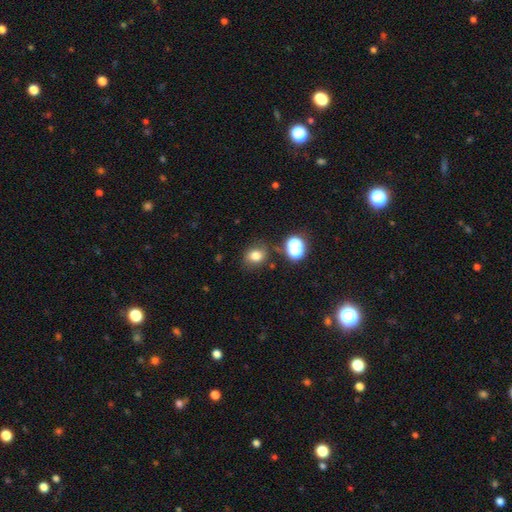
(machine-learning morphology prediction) Overall: smooth (76%). How rounded: round (58%; in between 41%). Merging: none (76%).